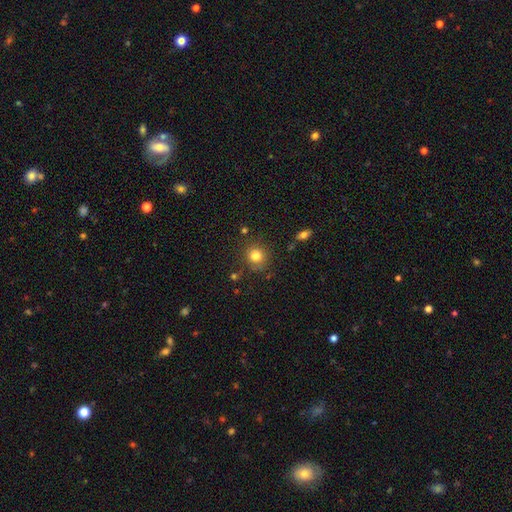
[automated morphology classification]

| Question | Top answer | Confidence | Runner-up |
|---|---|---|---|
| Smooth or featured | smooth | 80% | star or artifact (13%) |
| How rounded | round | 89% | in between (10%) |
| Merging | none | 82% | minor disturbance (11%) |